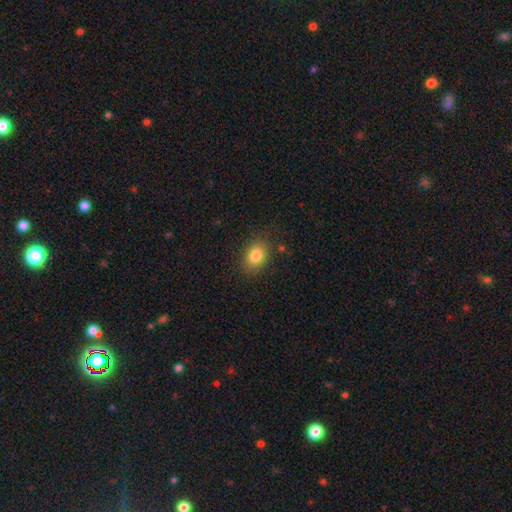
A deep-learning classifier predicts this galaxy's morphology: smooth_or_featured: smooth (p=0.83) [alt: star or artifact p=0.09]
how_rounded: in between (p=0.72) [alt: round p=0.27]
merging: none (p=0.81) [alt: minor disturbance p=0.13]